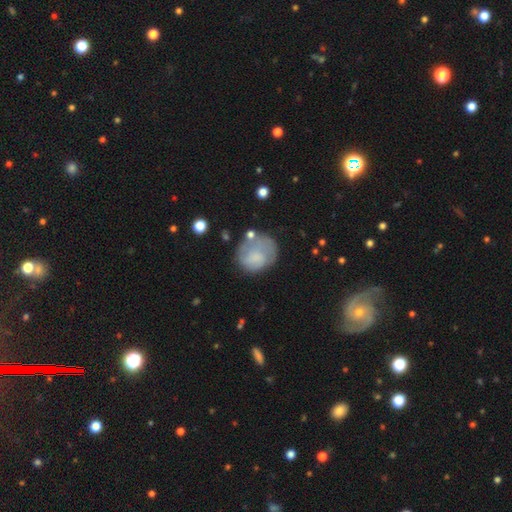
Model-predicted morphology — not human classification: Smooth or featured? smooth (57%)
How rounded? round (73%)
Merging? none (56%)